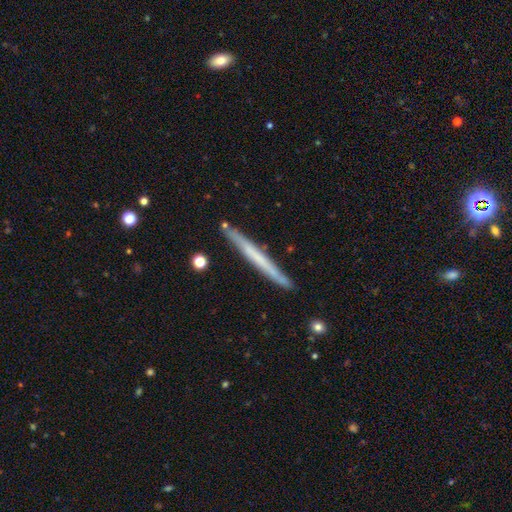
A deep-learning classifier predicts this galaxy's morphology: Smooth or featured? Predicted: featured or disk (p=0.48). Merging? Predicted: none (p=0.89).